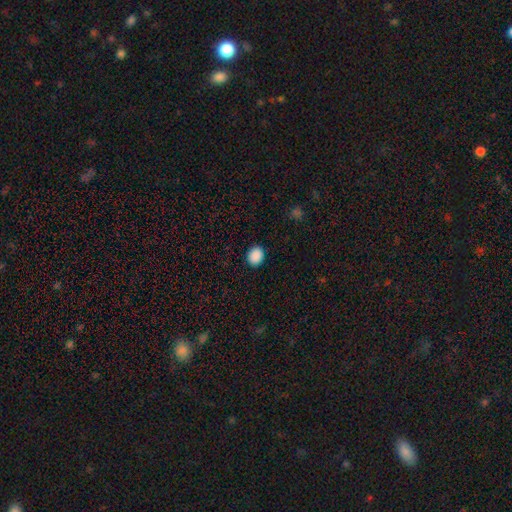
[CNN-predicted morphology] Smooth or featured? Predicted: smooth (p=0.89). How rounded? Predicted: round (p=0.57). Merging? Predicted: none (p=0.90).